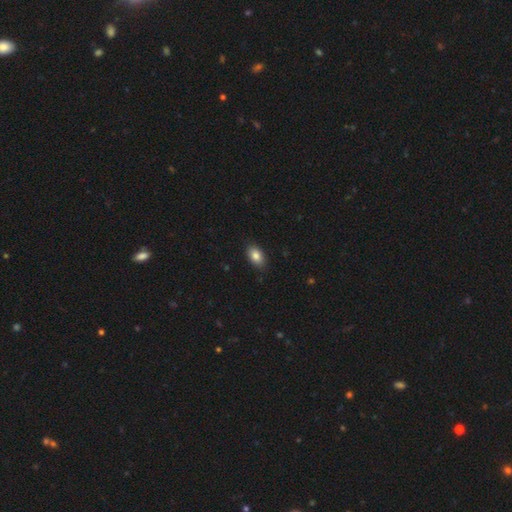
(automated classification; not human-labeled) A smooth galaxy with no disk features (85%) that is in between round and cigar-shaped (90%).

Vote fractions:
- Smooth or featured? smooth: 85% / star or artifact: 8% / featured or disk: 7%
- How rounded? in between: 90% / round: 9% / cigar-shaped: 2%
- Merging? none: 87% / minor disturbance: 10% / major disturbance: 2% / merger: 1%